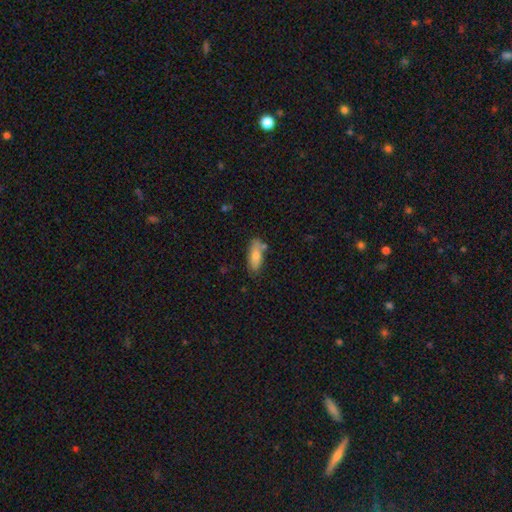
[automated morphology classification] smooth-or-featured: smooth: 74% | featured or disk: 20% | star or artifact: 7%
  how-rounded: in between: 77% | cigar-shaped: 21% | round: 3%
  merging: none: 65% | minor disturbance: 20% | merger: 10% | major disturbance: 4%